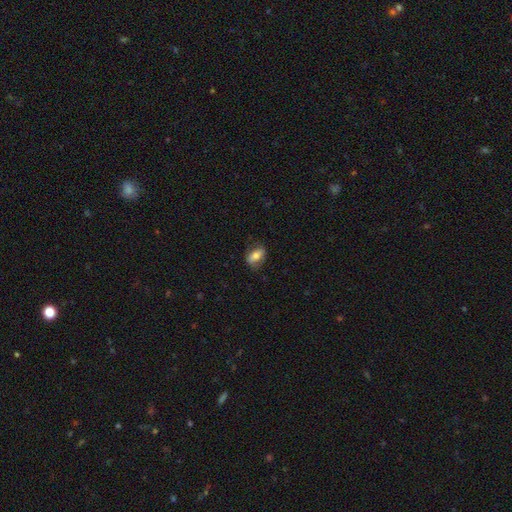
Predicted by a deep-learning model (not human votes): This is likely a smooth galaxy (69%). How rounded: clearly in between (85%). Merging: likely none (74%).